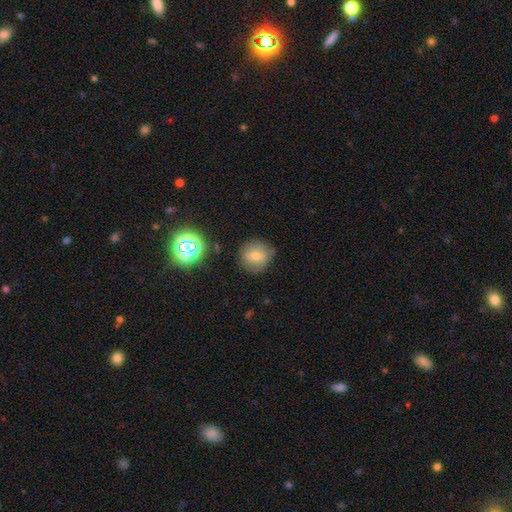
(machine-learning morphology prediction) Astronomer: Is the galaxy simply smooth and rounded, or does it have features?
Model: smooth — 69%.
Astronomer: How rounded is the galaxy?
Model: round — 87%.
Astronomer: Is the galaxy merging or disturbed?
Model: none — 78%.